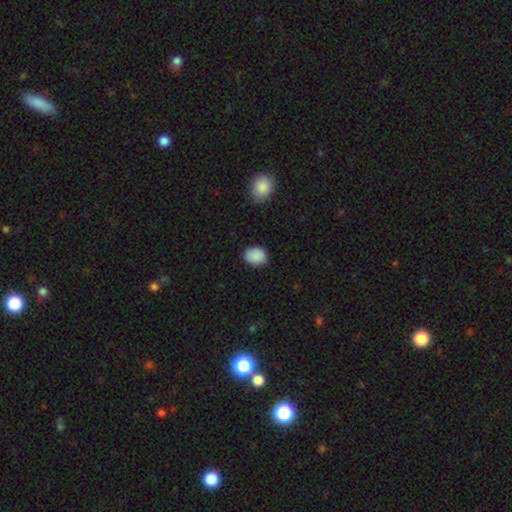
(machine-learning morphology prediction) Smooth or featured: smooth — 88% (star or artifact — 8%)
How rounded: in between — 56% (round — 43%)
Merging: none — 80% (minor disturbance — 15%)